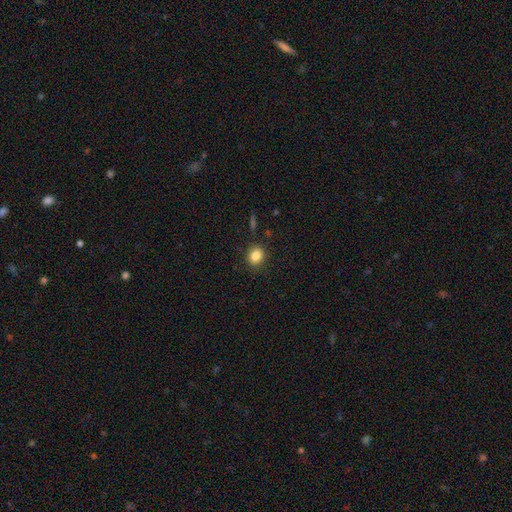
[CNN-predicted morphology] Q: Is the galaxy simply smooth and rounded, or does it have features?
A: smooth — 85%.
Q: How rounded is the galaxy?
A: round — 63%.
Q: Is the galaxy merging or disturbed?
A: none — 86%.